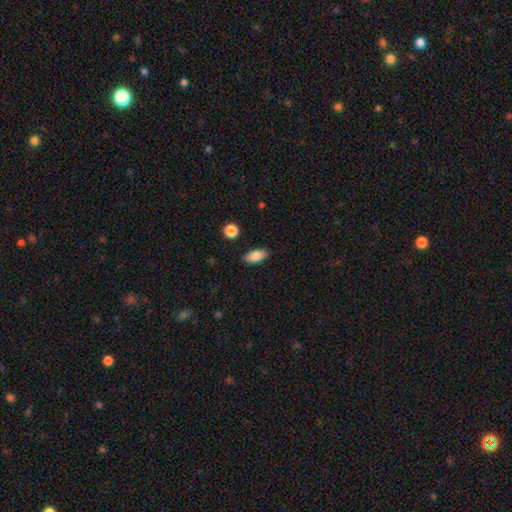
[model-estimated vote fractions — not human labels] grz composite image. It shows a smooth galaxy with no disk features (85%) that is in between round and cigar-shaped (88%). Merging: none (87%).